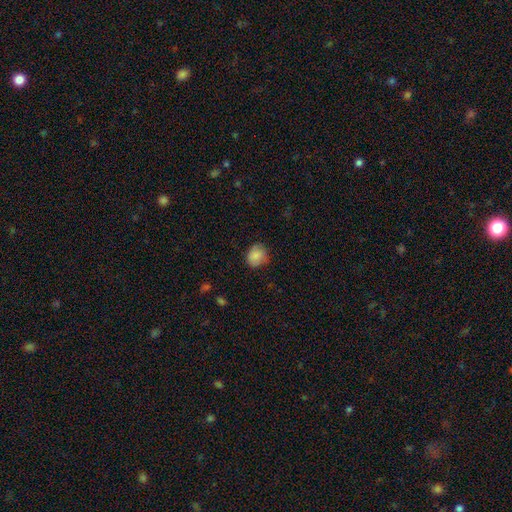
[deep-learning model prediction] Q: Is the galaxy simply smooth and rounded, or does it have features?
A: smooth — 86%.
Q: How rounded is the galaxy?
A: round — 68%.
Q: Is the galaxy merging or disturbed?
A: none — 73%.